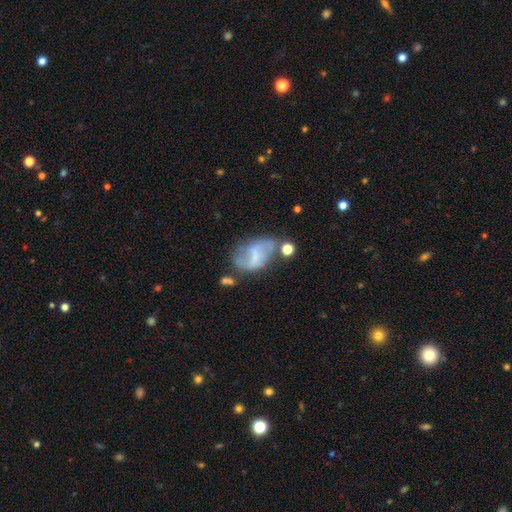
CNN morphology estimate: Smooth or featured? Predicted: featured or disk (p=0.59). Edge-on disk? Predicted: no (p=0.96). Bar? Predicted: weak (p=0.47). Spiral arms? Predicted: yes (p=0.69). Bulge size? Predicted: small (p=0.49). Merging? Predicted: none (p=0.43).